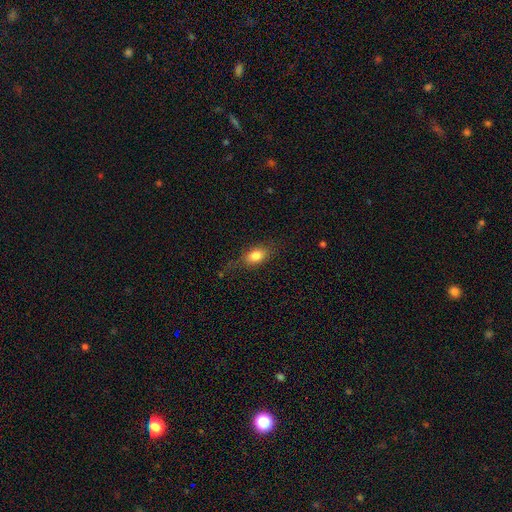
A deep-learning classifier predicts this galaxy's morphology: Overall: smooth (79%). How rounded: in between (80%). Merging: none (63%; minor disturbance 23%).